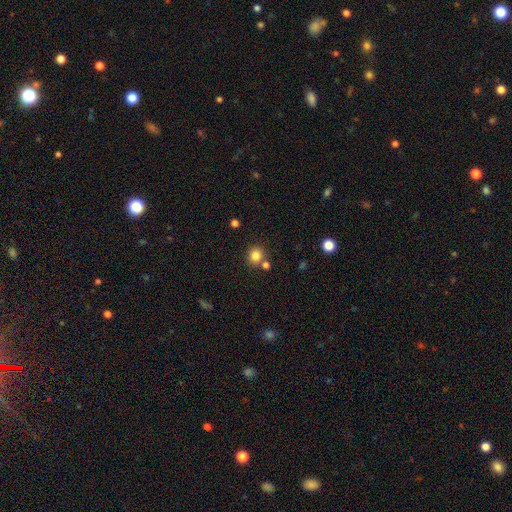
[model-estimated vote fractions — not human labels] A smooth galaxy with no disk features (82%) that is round (91%).

Vote fractions:
- Smooth or featured? smooth: 82% / star or artifact: 12% / featured or disk: 6%
- How rounded? round: 91% / in between: 8% / cigar-shaped: 1%
- Merging? none: 74% / merger: 15% / minor disturbance: 8% / major disturbance: 3%